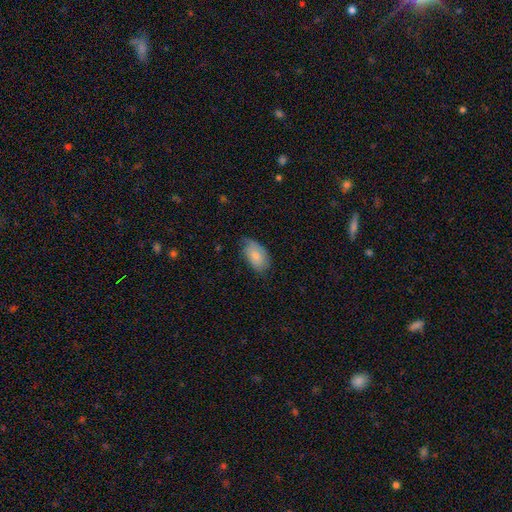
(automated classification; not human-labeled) A smooth galaxy with no disk features (79%) that is in between round and cigar-shaped (94%).

Vote fractions:
- Smooth or featured? smooth: 79% / featured or disk: 15% / star or artifact: 6%
- How rounded? in between: 94% / round: 4% / cigar-shaped: 2%
- Merging? none: 61% / minor disturbance: 32% / major disturbance: 6% / merger: 1%